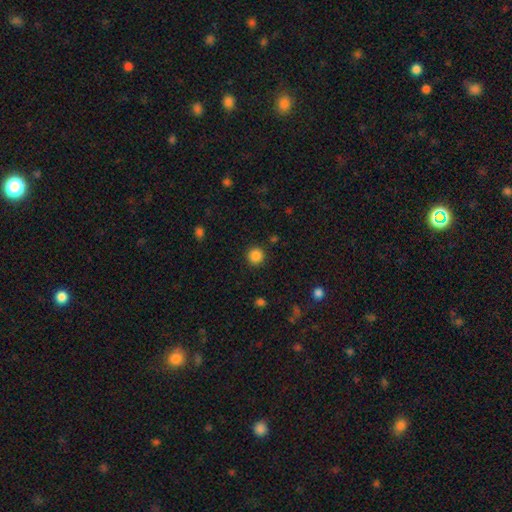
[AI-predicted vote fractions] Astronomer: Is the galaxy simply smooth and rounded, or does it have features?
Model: smooth — 86%.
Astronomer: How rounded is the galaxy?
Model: round — 94%.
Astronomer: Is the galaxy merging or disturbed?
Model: none — 91%.